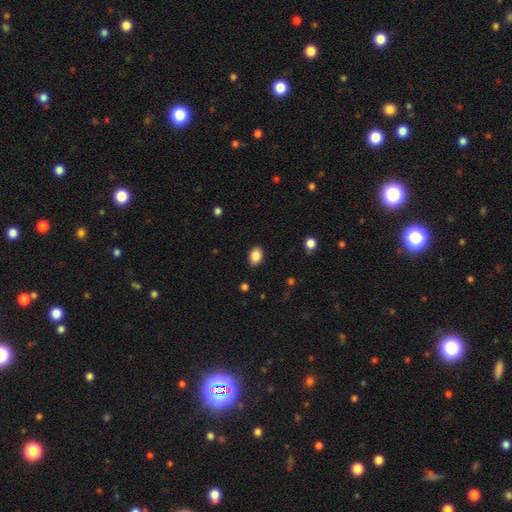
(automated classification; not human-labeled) smooth 87%, star or artifact 8%, featured or disk 5%. Down the decision tree: how rounded — in between (76%); merging — none (87%).